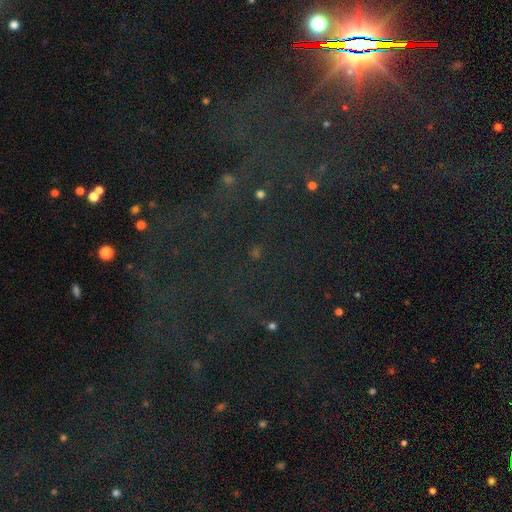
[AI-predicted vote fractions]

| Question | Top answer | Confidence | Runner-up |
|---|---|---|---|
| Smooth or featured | star or artifact | 80% | featured or disk (11%) |